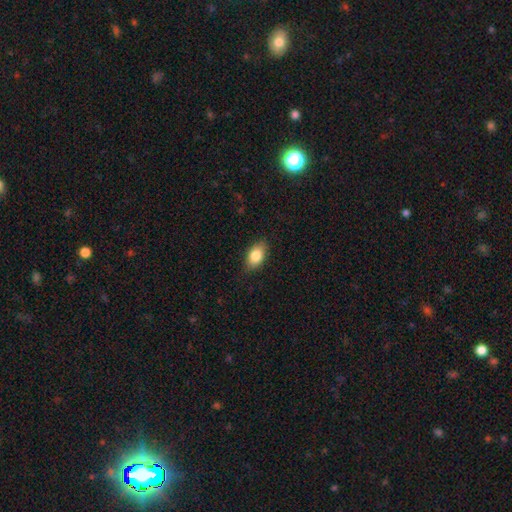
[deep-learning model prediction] This is clearly a smooth galaxy (84%). How rounded: clearly in between (89%). Merging: clearly none (85%).